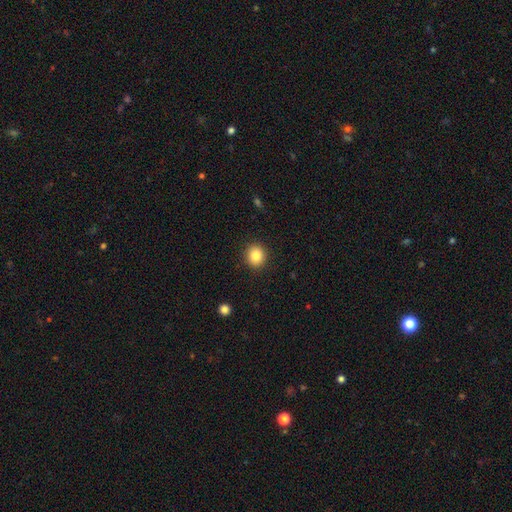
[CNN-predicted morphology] Smooth or featured?
  - smooth: 84% *
  - star or artifact: 10%
  - featured or disk: 6%
How rounded?
  - round: 84% *
  - in between: 15%
  - cigar-shaped: 1%
Merging?
  - none: 91% *
  - minor disturbance: 6%
  - major disturbance: 2%
  - merger: 1%